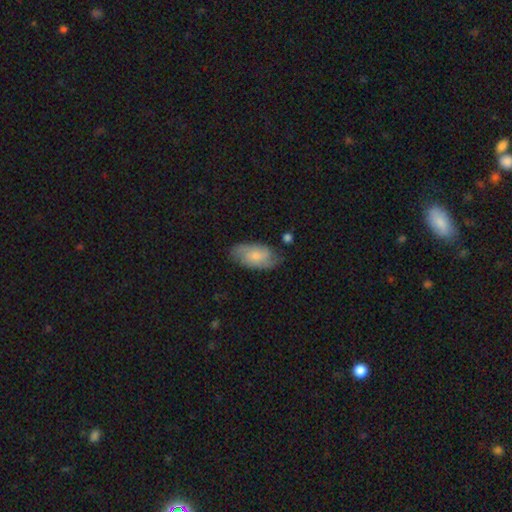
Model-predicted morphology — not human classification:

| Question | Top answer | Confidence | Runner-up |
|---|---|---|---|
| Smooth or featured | smooth | 51% | featured or disk (43%) |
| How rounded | in between | 92% | cigar-shaped (4%) |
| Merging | none | 70% | minor disturbance (22%) |